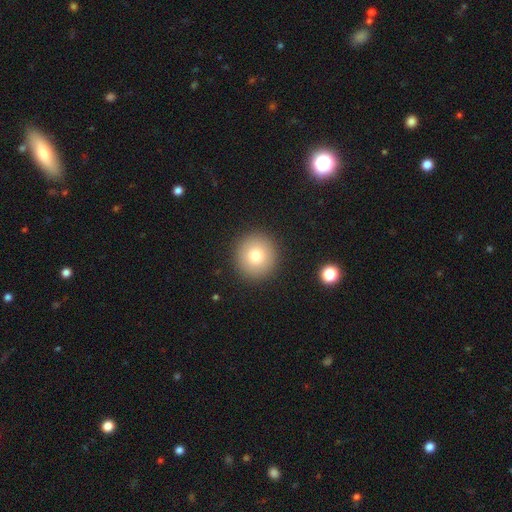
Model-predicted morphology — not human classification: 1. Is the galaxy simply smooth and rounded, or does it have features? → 77% smooth, 12% featured or disk, 12% star or artifact.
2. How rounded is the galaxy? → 95% round, 4% in between, 1% cigar-shaped.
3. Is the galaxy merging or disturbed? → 92% none, 5% minor disturbance, 2% major disturbance, 1% merger.